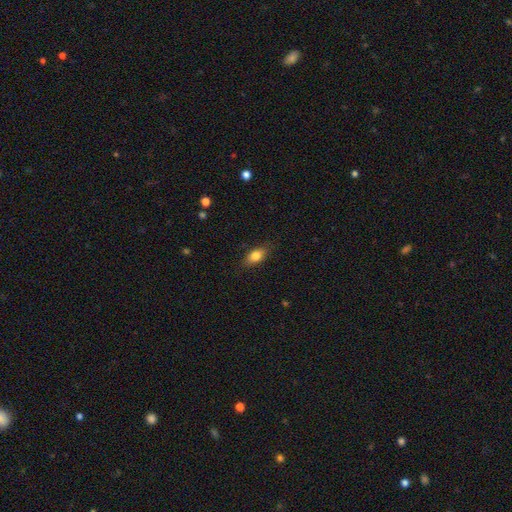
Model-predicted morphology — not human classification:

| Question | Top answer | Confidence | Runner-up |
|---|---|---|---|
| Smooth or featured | smooth | 81% | featured or disk (11%) |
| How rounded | in between | 82% | round (10%) |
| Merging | none | 82% | minor disturbance (14%) |